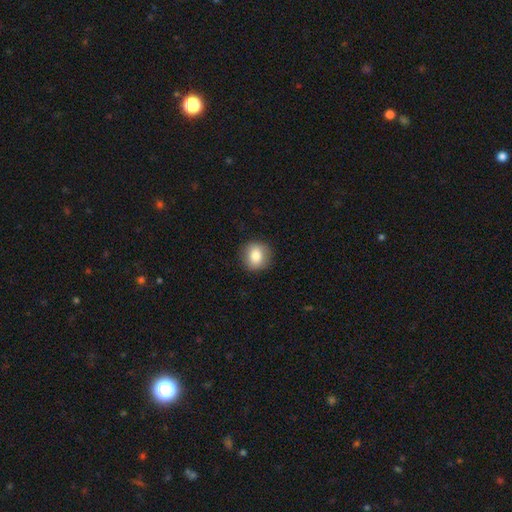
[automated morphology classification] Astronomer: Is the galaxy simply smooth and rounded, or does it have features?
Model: smooth — 81%.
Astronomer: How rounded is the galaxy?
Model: round — 85%.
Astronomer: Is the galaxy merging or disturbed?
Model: none — 89%.